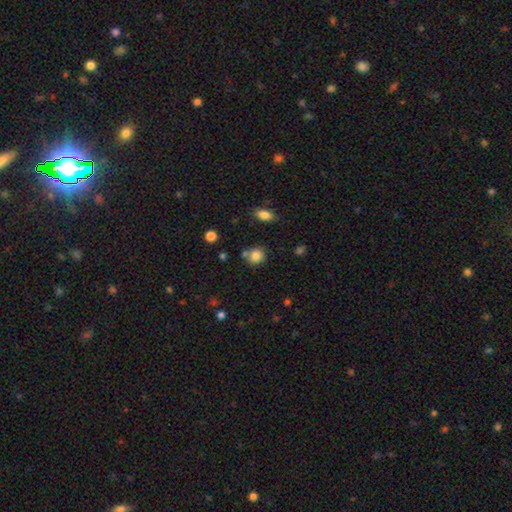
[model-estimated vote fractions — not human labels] The model was most divided on "merging": none: 67%, merger: 15%, minor disturbance: 14%, major disturbance: 4%. More confident: smooth or featured — smooth (82%); how rounded — round (80%).